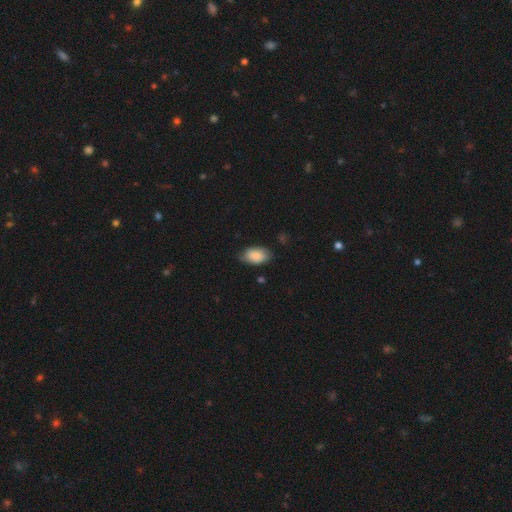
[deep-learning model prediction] This appears to be a smooth galaxy with no disk features (85%) that is in between round and cigar-shaped (92%). Merging: none (72%).